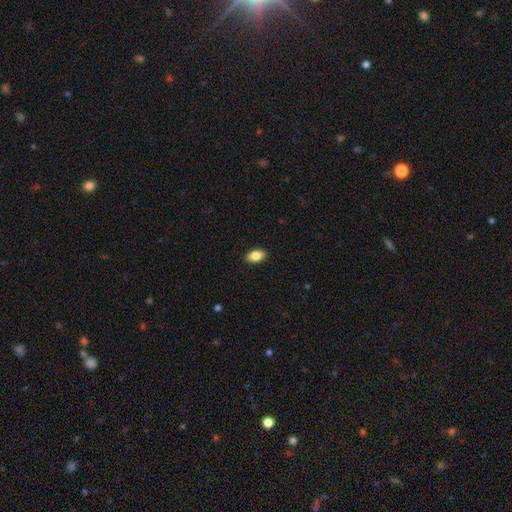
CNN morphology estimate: A smooth galaxy with no disk features (86%) that is in between round and cigar-shaped (92%).

Vote fractions:
- Smooth or featured? smooth: 86% / star or artifact: 7% / featured or disk: 7%
- How rounded? in between: 92% / round: 6% / cigar-shaped: 2%
- Merging? none: 90% / minor disturbance: 8% / major disturbance: 2% / merger: 1%